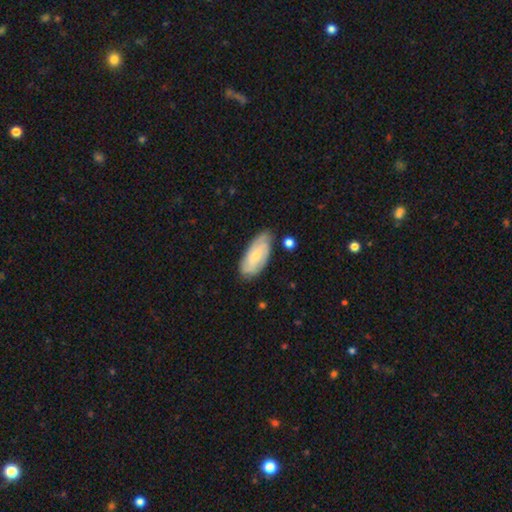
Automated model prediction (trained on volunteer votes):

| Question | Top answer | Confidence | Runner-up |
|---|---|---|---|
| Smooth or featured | featured or disk | 58% | smooth (36%) |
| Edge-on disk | no | 92% | yes (8%) |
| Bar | no | 54% | weak (36%) |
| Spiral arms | yes | 88% | no (12%) |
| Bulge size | small | 68% | moderate (25%) |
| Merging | none | 74% | minor disturbance (19%) |